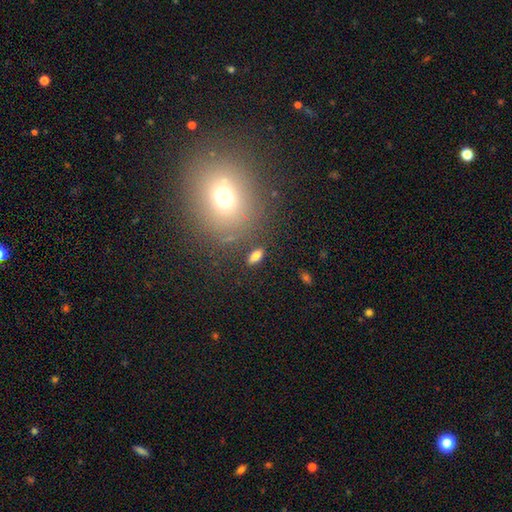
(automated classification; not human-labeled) Overall: smooth (78%). How rounded: in between (82%). Merging: none (85%).